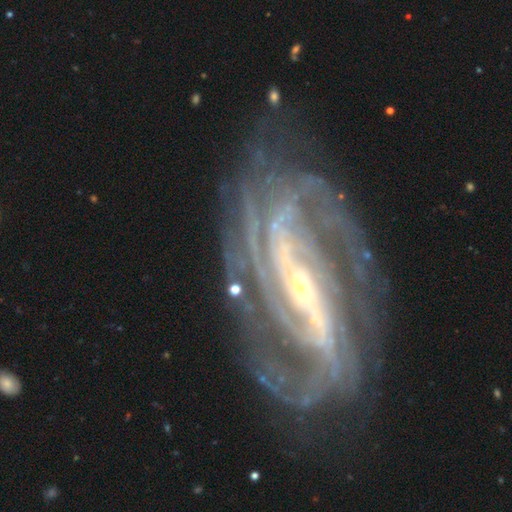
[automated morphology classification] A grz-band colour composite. It shows a featured or disk galaxy (92%) with a strong bar (57%), 2 (32%) tight (51%) spiral arms (98%) and a small central bulge (72%). Merging: none (73%).